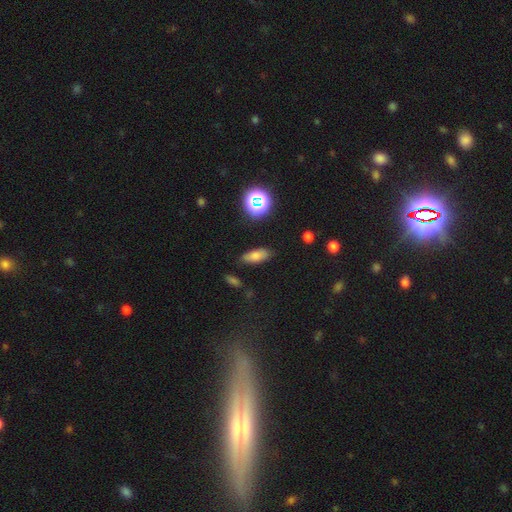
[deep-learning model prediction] The model was most divided on "smooth or featured": smooth: 74%, star or artifact: 15%, featured or disk: 12%. More confident: merging — none (81%); how rounded — in between (78%).